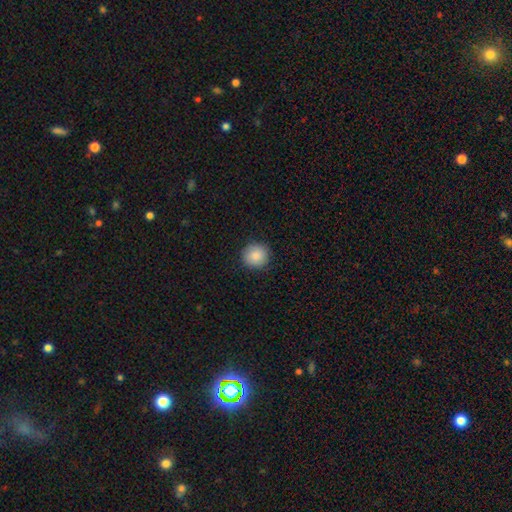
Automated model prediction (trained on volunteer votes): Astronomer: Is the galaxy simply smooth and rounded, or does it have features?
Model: smooth — 87%.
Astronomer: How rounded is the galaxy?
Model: round — 93%.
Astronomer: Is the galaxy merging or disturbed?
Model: none — 89%.